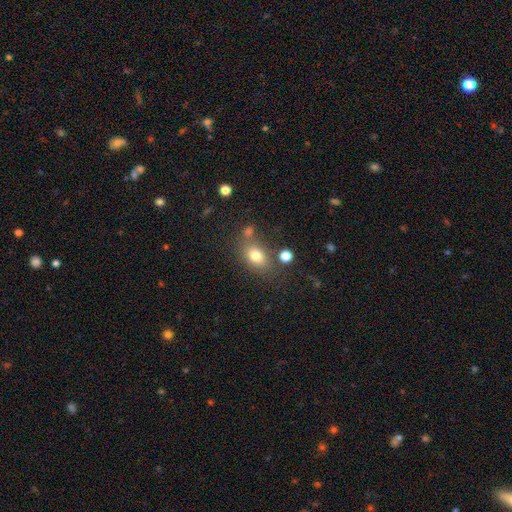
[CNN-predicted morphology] Smooth or featured? Predicted: smooth (p=0.77). How rounded? Predicted: in between (p=0.71). Merging? Predicted: none (p=0.66).